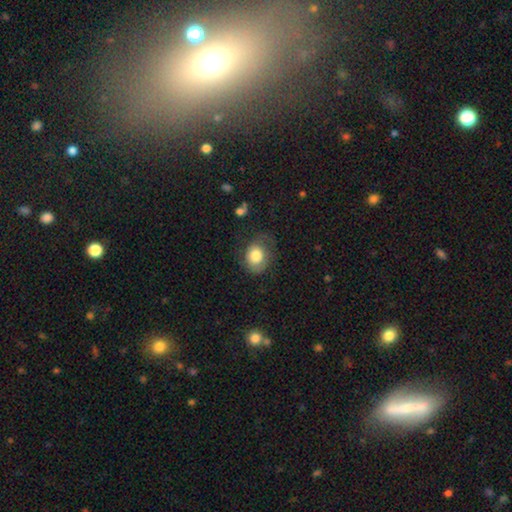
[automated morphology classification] Smooth or featured? Predicted: smooth (p=0.76). How rounded? Predicted: round (p=0.55). Merging? Predicted: none (p=0.54).